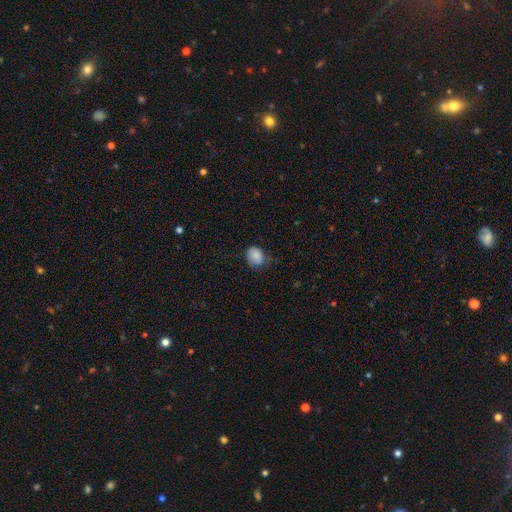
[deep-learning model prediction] Morphology: type=smooth (84%); roundness=round (50%); merging=none (61%).